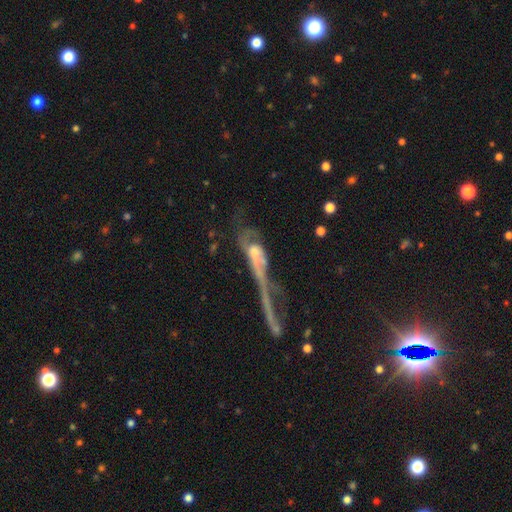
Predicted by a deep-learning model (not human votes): Smooth or featured?
  - featured or disk: 59% *
  - smooth: 29%
  - star or artifact: 12%
Edge-on disk?
  - no: 73% *
  - yes: 27%
Merging?
  - merger: 40% *
  - major disturbance: 39%
  - none: 12%
  - minor disturbance: 9%